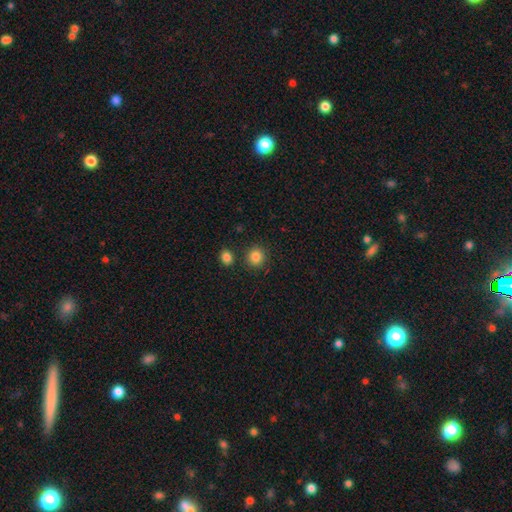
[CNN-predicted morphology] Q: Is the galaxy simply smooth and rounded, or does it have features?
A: smooth — 86%.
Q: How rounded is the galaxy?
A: round — 89%.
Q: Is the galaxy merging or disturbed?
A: none — 85%.